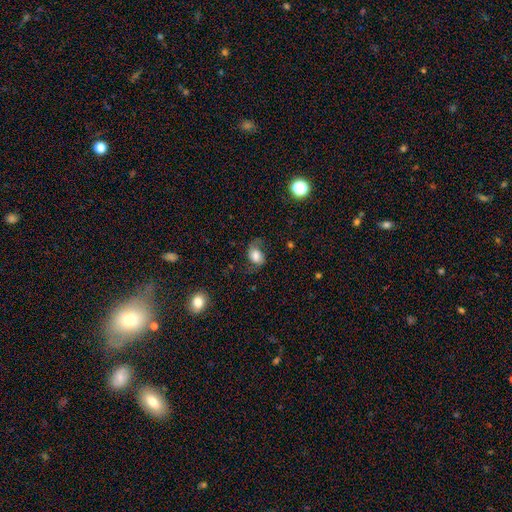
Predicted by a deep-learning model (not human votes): smooth_or_featured: smooth (p=0.66) [alt: featured or disk p=0.24]
how_rounded: in between (p=0.70) [alt: round p=0.29]
merging: none (p=0.49) [alt: minor disturbance p=0.28]